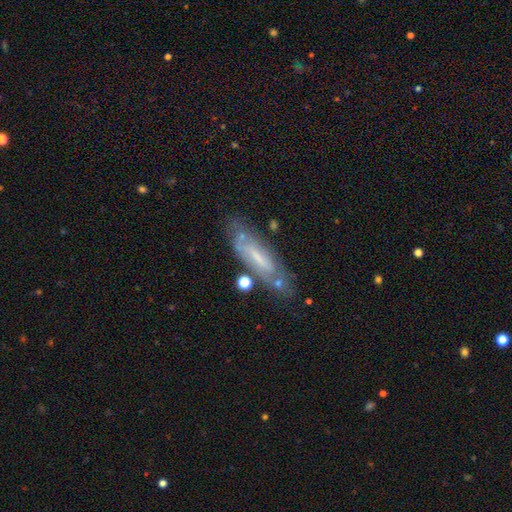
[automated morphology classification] featured or disk 58%, smooth 34%, star or artifact 9%. Down the decision tree: edge-on disk — no (64%); merging — none (63%).